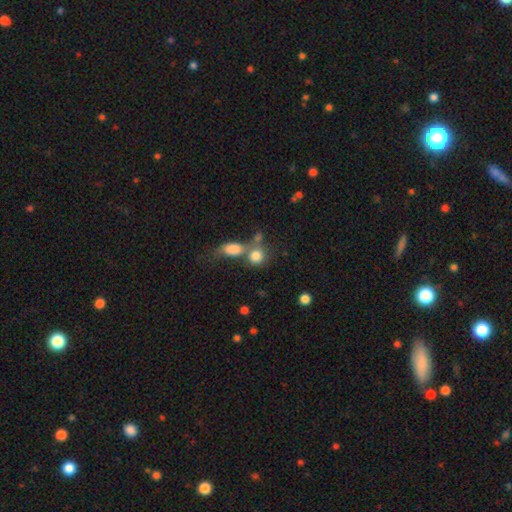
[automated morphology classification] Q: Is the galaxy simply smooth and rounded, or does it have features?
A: smooth — 81%.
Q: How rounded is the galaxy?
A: round — 72%.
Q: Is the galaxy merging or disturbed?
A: merger — 47%.